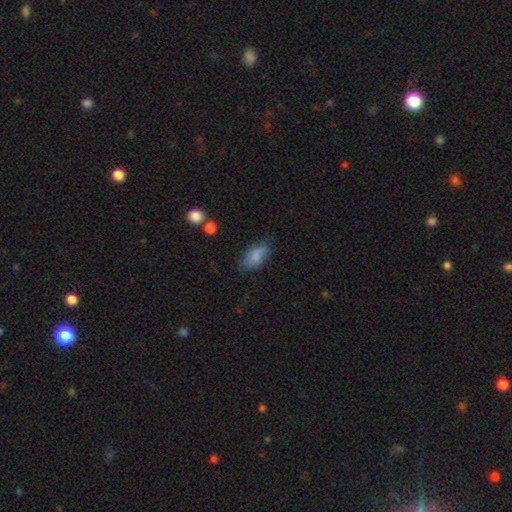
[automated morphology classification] smooth_or_featured: smooth (p=0.83) [alt: featured or disk p=0.10]
how_rounded: in between (p=0.91) [alt: cigar-shaped p=0.07]
merging: none (p=0.74) [alt: minor disturbance p=0.19]